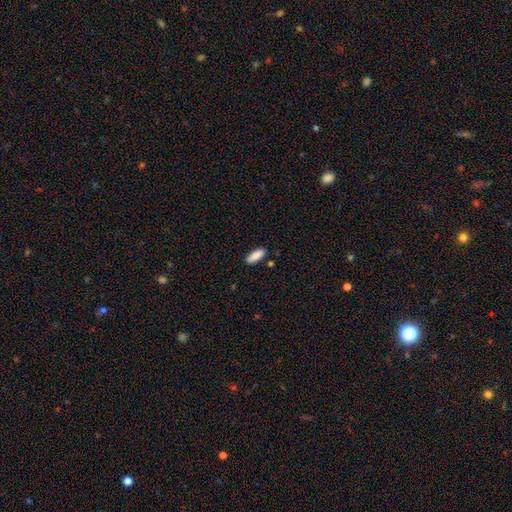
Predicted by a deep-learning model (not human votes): smooth 88%, star or artifact 6%, featured or disk 6%. Down the decision tree: how rounded — in between (72%); merging — none (85%).